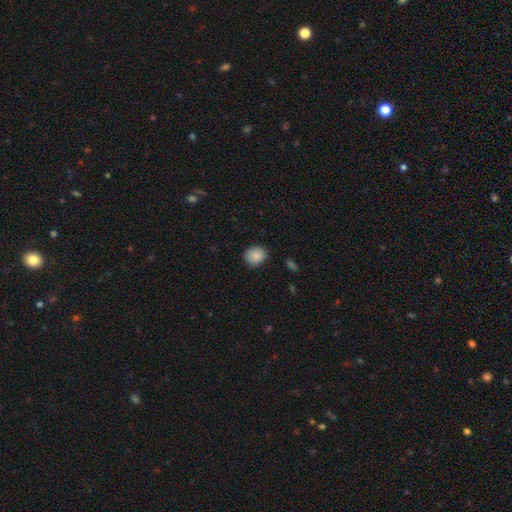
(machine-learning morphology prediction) Smooth or featured? smooth (88%)
How rounded? round (70%)
Merging? none (83%)